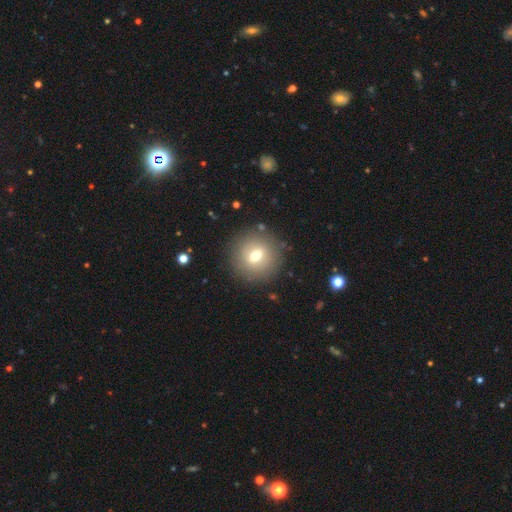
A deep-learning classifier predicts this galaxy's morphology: smooth 65%, featured or disk 23%, star or artifact 12%. Down the decision tree: how rounded — round (91%); merging — none (86%).